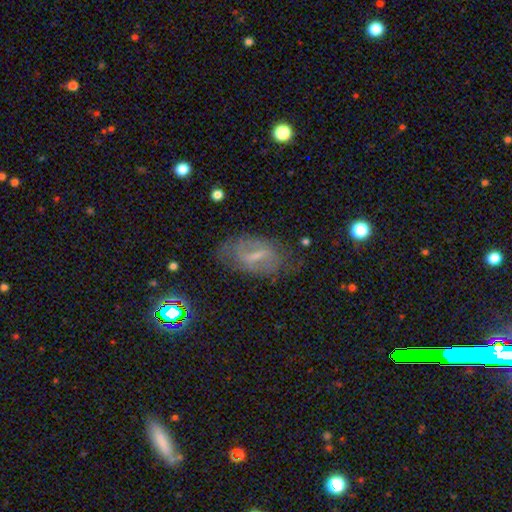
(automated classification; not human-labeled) This appears to be a featured or disk galaxy (55%). Merging: none (68%).